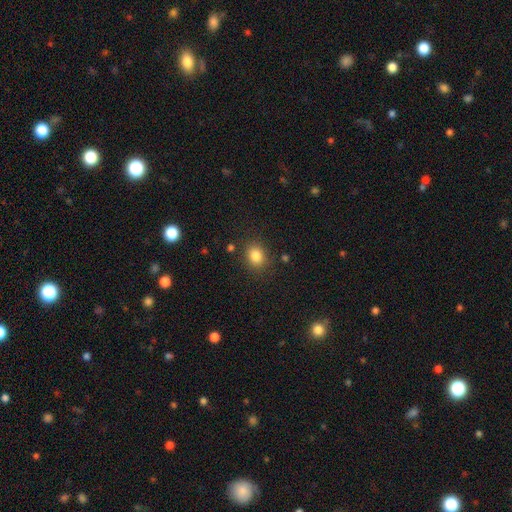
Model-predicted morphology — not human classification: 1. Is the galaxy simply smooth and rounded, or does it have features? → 84% smooth, 11% star or artifact, 5% featured or disk.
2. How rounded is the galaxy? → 56% round, 43% in between, 1% cigar-shaped.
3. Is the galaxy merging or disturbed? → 83% none, 11% minor disturbance, 4% major disturbance, 3% merger.